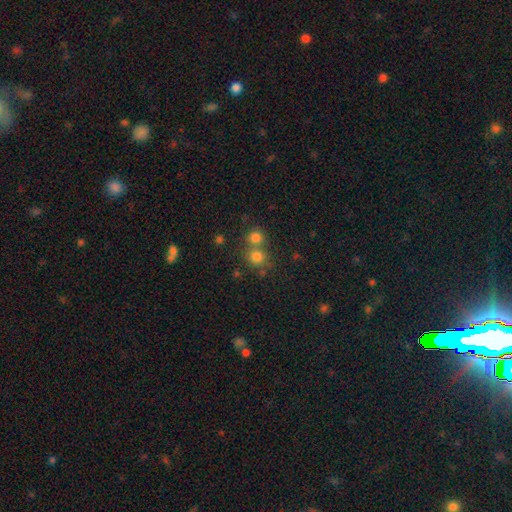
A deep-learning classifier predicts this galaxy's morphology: type=smooth (73%); roundness=round (88%); merging=none (55%).